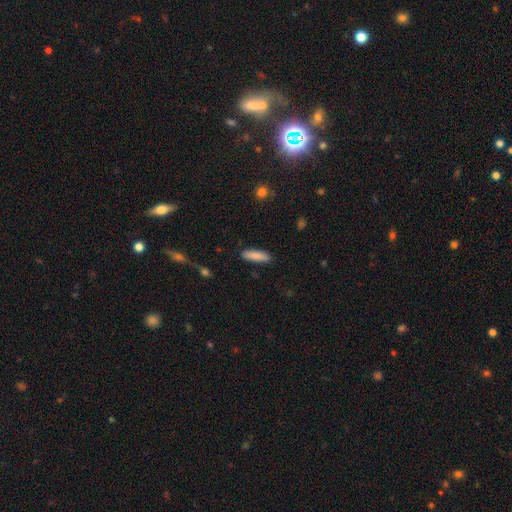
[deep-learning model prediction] A smooth galaxy with no disk features (87%) that is cigar-shaped (66%).

Vote fractions:
- Smooth or featured? smooth: 87% / featured or disk: 7% / star or artifact: 6%
- How rounded? cigar-shaped: 66% / in between: 32% / round: 1%
- Merging? none: 89% / minor disturbance: 8% / major disturbance: 2% / merger: 1%